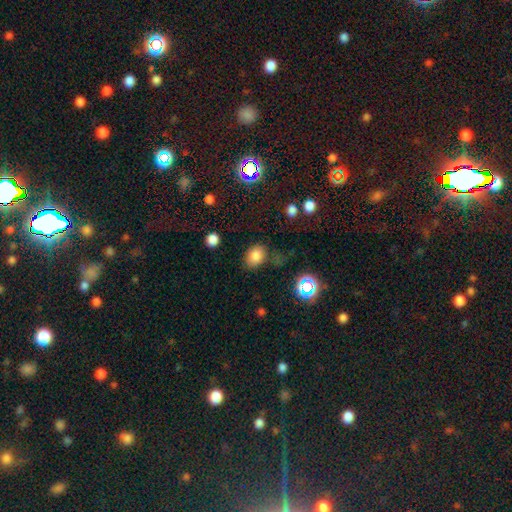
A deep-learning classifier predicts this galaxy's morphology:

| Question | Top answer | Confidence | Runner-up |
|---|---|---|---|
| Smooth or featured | smooth | 79% | star or artifact (14%) |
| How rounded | in between | 71% | round (28%) |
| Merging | none | 70% | minor disturbance (18%) |